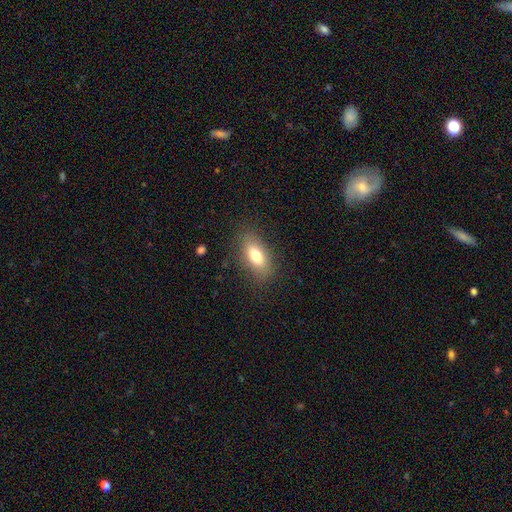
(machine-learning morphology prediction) Smooth or featured?
  - smooth: 75% *
  - featured or disk: 16%
  - star or artifact: 8%
How rounded?
  - in between: 84% *
  - cigar-shaped: 11%
  - round: 5%
Merging?
  - none: 82% *
  - minor disturbance: 12%
  - major disturbance: 4%
  - merger: 1%